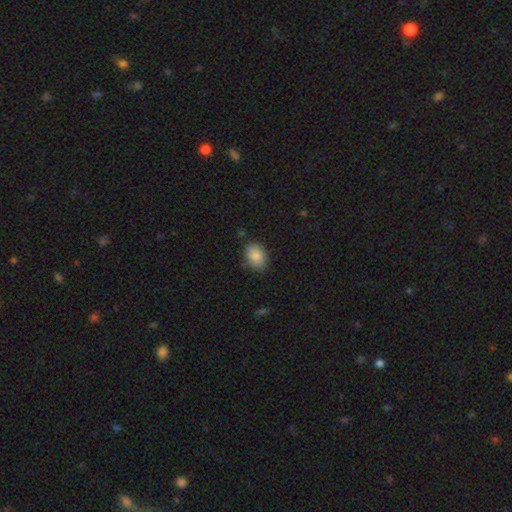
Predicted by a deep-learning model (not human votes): Overall: smooth (87%). How rounded: in between (79%). Merging: none (84%).